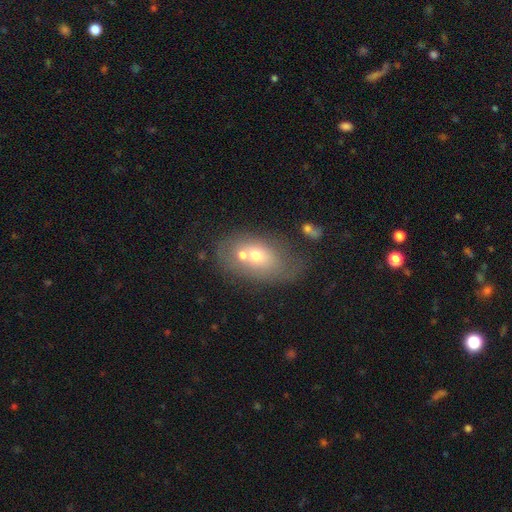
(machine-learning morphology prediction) The model was most divided on "merging": merger: 43%, none: 31%, minor disturbance: 15%, major disturbance: 11%. More confident: how rounded — in between (77%); smooth or featured — smooth (55%).